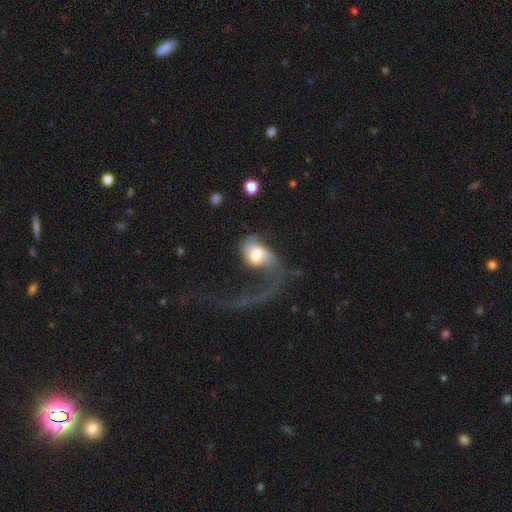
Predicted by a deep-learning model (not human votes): This is possibly a featured or disk galaxy (46%, tied with smooth). Merging: likely major disturbance (67%).